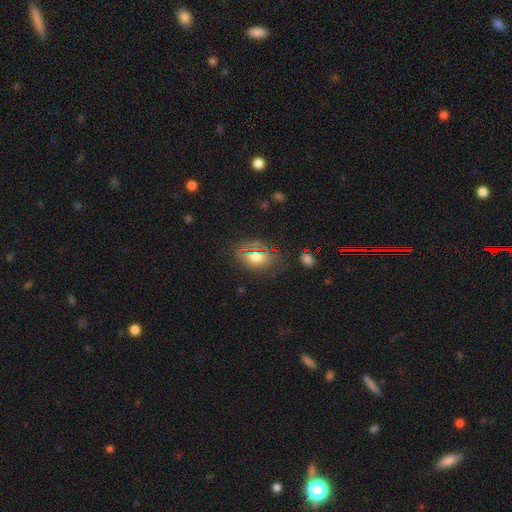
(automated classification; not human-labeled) This is likely a smooth galaxy (61%). How rounded: possibly in between (57%). Merging: clearly none (80%).